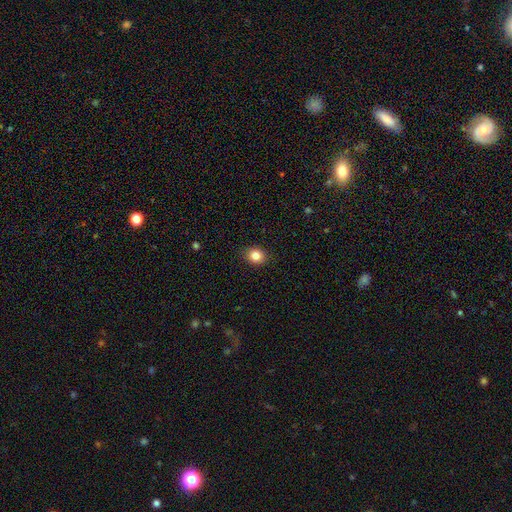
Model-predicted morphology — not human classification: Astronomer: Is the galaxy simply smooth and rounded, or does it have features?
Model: smooth — 84%.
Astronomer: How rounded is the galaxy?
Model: round — 64%.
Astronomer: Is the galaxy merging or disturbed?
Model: none — 89%.